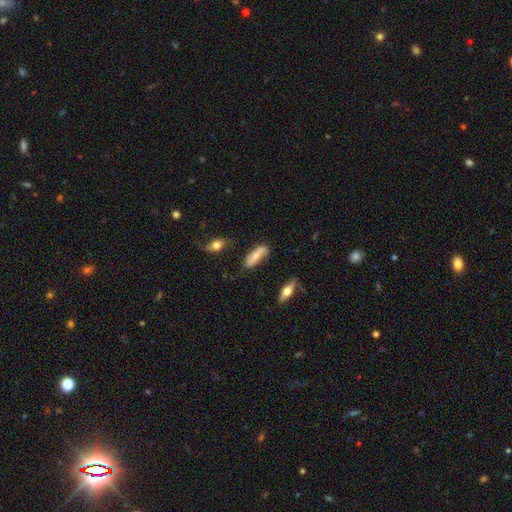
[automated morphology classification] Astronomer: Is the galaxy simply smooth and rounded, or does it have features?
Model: smooth — 48% (runner-up: featured or disk, 45%).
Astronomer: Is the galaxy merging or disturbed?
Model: none — 65%.